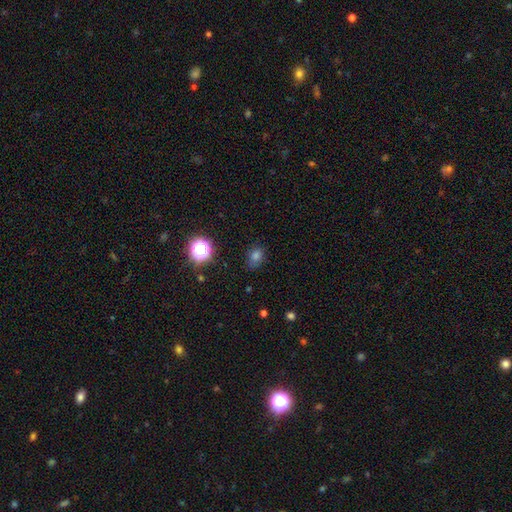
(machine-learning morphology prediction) Q: Smooth or featured?
A: smooth (73%); runner-up: star or artifact (20%)
Q: How rounded?
A: in between (59%); runner-up: round (40%)
Q: Merging?
A: none (75%); runner-up: minor disturbance (19%)